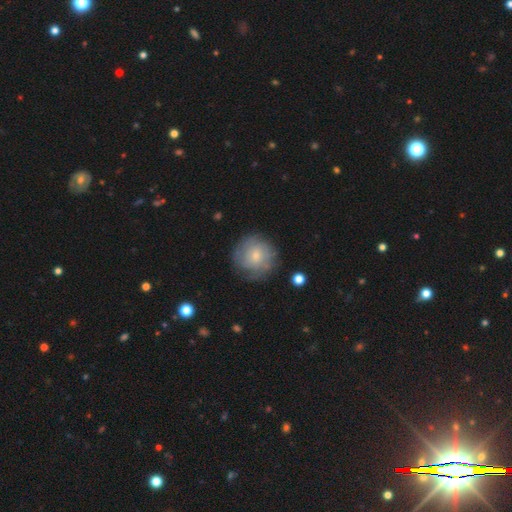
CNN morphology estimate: A smooth galaxy with no disk features (52%) that is round (92%). Merging: none (74%).